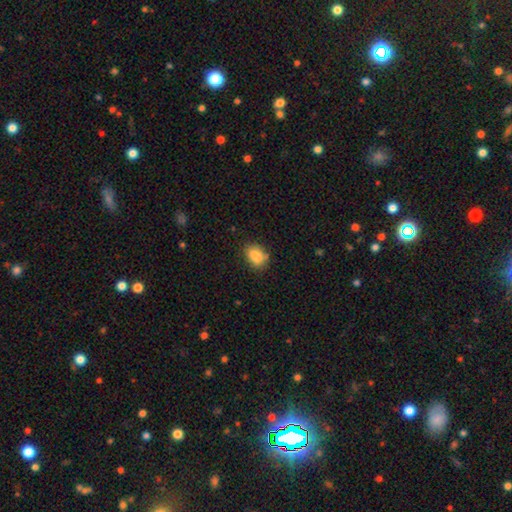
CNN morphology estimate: This appears to be a smooth galaxy with no disk features (85%) that is in between round and cigar-shaped (80%). Merging: none (73%).